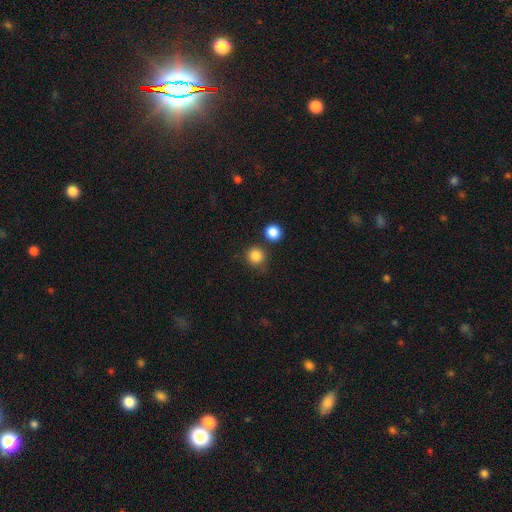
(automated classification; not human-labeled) Smooth or featured: smooth — 84% (star or artifact — 12%)
How rounded: round — 93% (in between — 6%)
Merging: none — 78% (minor disturbance — 11%)